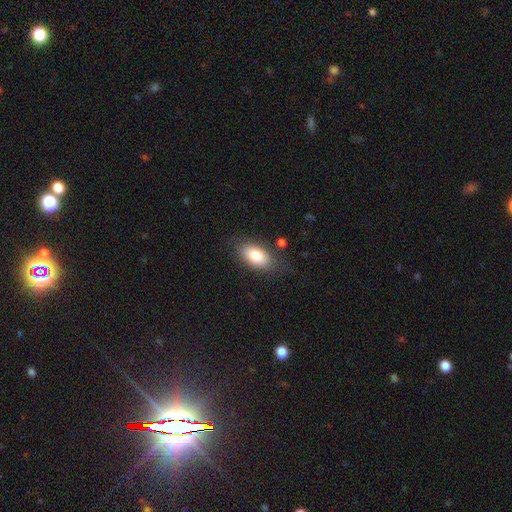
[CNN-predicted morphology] This is clearly a smooth galaxy (81%). How rounded: clearly in between (91%). Merging: likely none (79%).